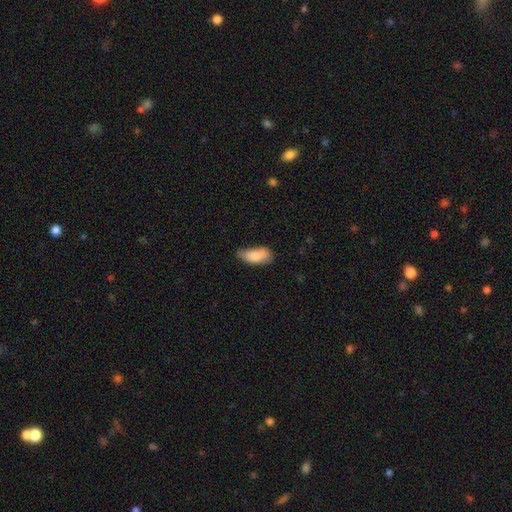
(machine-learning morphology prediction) smooth-or-featured: smooth: 83% | featured or disk: 10% | star or artifact: 7%
  how-rounded: in between: 85% | cigar-shaped: 13% | round: 3%
  merging: none: 52% | minor disturbance: 36% | major disturbance: 8% | merger: 4%